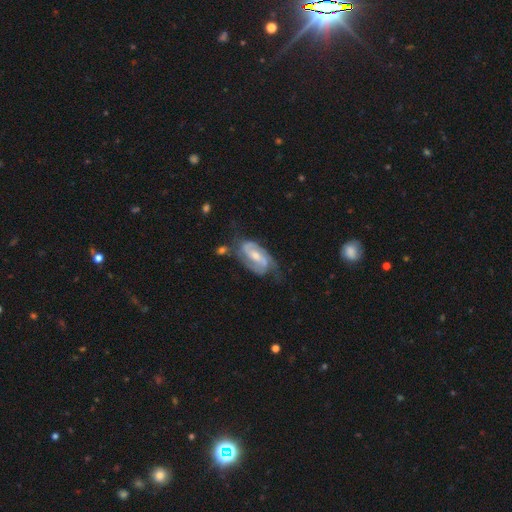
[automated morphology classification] Smooth or featured? Predicted: featured or disk (p=0.84). Edge-on disk? Predicted: no (p=0.96). Bar? Predicted: weak (p=0.46). Spiral arms? Predicted: yes (p=0.94). Spiral winding? Predicted: medium (p=0.47). Spiral arm count? Predicted: 2 (p=0.79). Bulge size? Predicted: moderate (p=0.52). Merging? Predicted: none (p=0.55).